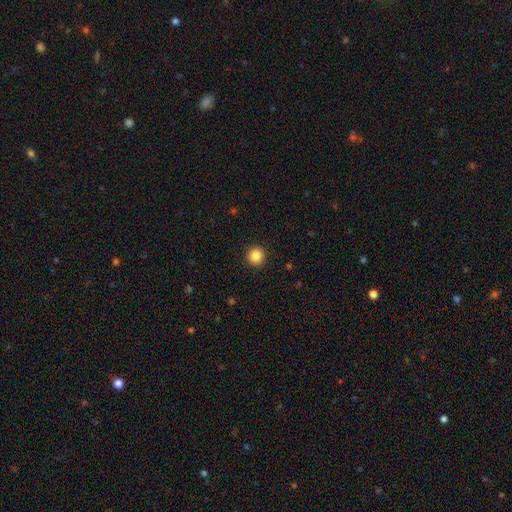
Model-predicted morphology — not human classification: A smooth galaxy with no disk features (85%) that is round (96%).

Vote fractions:
- Smooth or featured? smooth: 85% / star or artifact: 11% / featured or disk: 5%
- How rounded? round: 96% / in between: 3% / cigar-shaped: 1%
- Merging? none: 93% / minor disturbance: 4% / major disturbance: 2% / merger: 1%